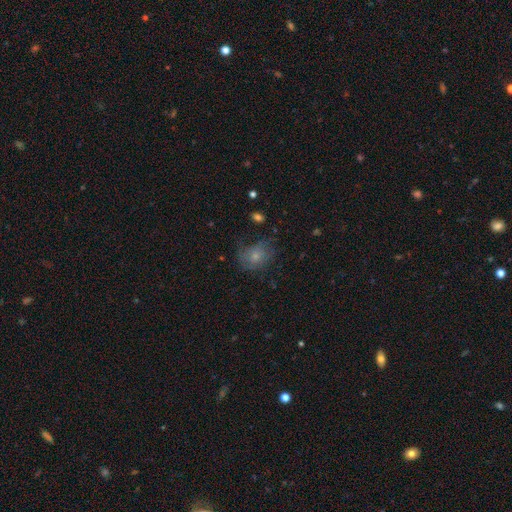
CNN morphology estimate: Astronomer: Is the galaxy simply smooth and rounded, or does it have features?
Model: smooth — 65%.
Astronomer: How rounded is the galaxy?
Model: in between — 52% (runner-up: round, 47%).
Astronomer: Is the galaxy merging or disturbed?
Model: none — 52% (runner-up: minor disturbance, 28%).